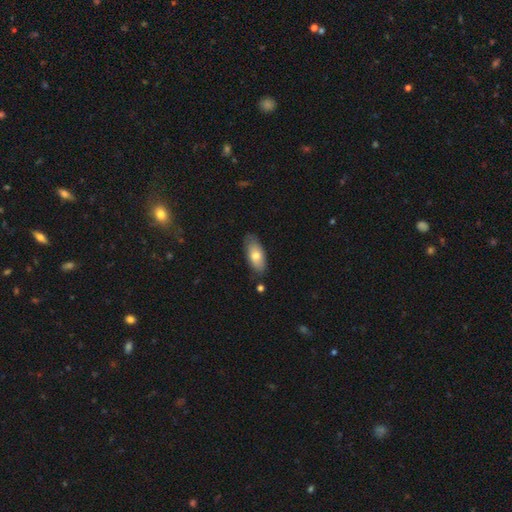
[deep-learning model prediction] Smooth or featured?
  - smooth: 72% *
  - featured or disk: 21%
  - star or artifact: 6%
How rounded?
  - in between: 87% *
  - cigar-shaped: 10%
  - round: 3%
Merging?
  - none: 76% *
  - minor disturbance: 18%
  - major disturbance: 3%
  - merger: 3%